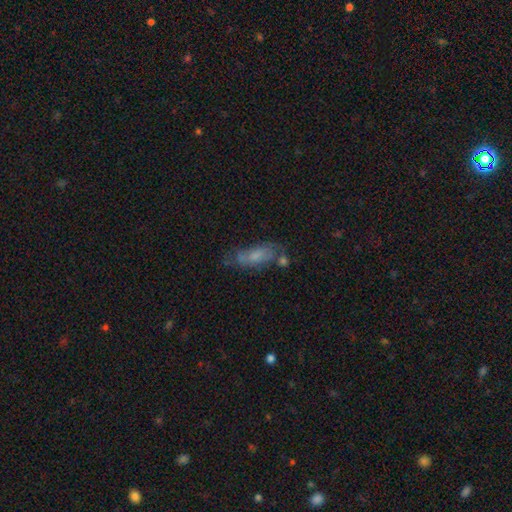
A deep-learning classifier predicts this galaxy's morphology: The model was most divided on "smooth or featured": smooth: 52%, featured or disk: 38%, star or artifact: 10%. More confident: how rounded — in between (64%); merging — none (52%).